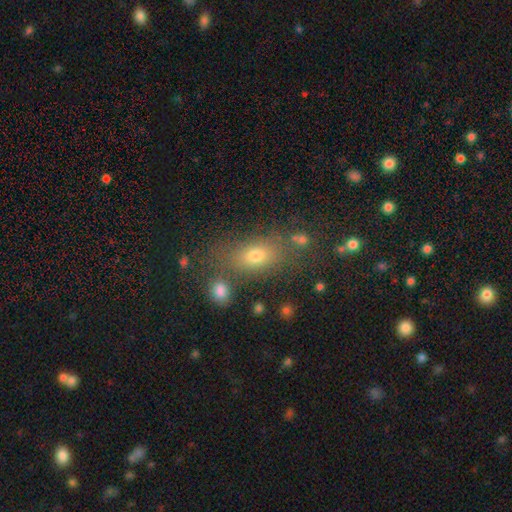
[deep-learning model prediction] This is likely a smooth galaxy (69%). How rounded: likely in between (75%). Merging: likely none (69%).